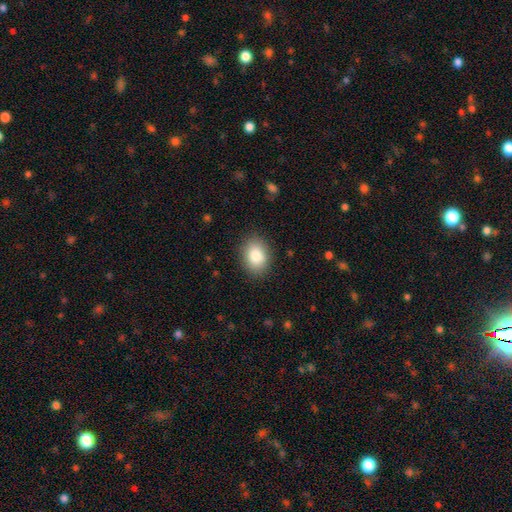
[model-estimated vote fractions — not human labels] Smooth or featured: smooth — 83% (featured or disk — 8%)
How rounded: in between — 68% (round — 31%)
Merging: none — 87% (minor disturbance — 10%)